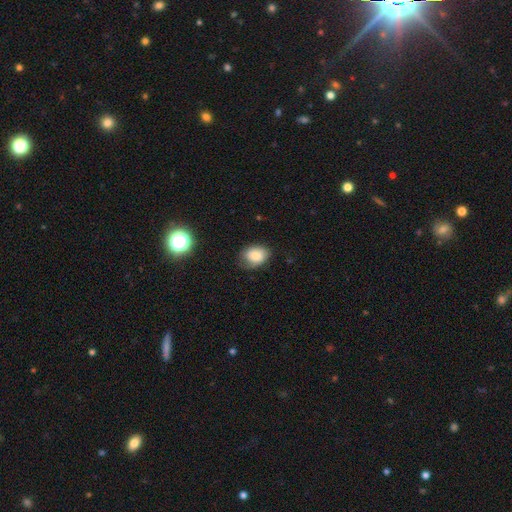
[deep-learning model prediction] Overall: smooth (77%). How rounded: in between (65%; round 34%). Merging: none (66%; minor disturbance 26%).